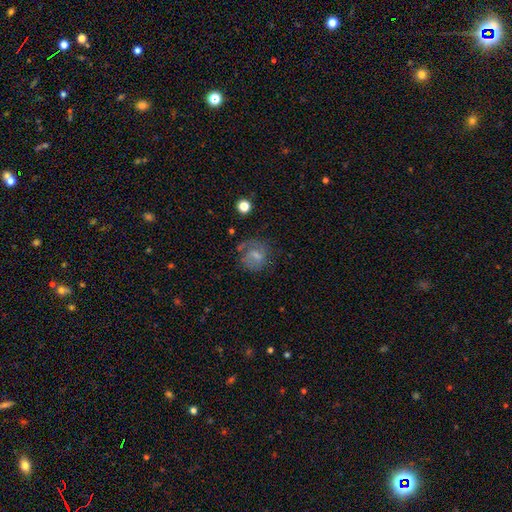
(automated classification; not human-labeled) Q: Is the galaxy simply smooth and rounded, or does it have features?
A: smooth — 46%.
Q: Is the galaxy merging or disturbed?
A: none — 52%.